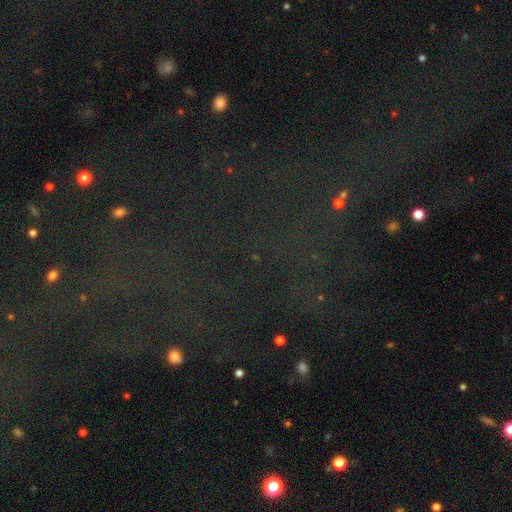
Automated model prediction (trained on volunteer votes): Smooth or featured? star or artifact (69%)